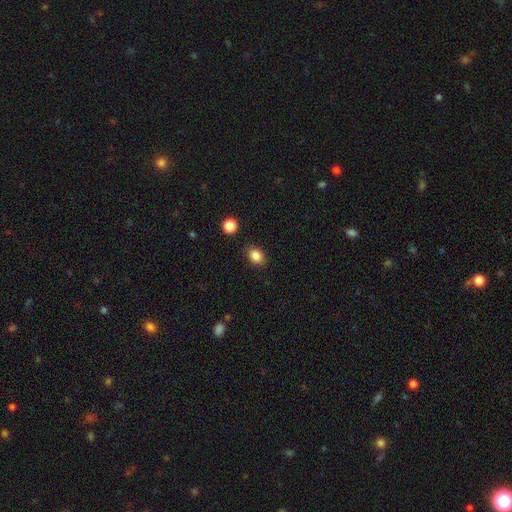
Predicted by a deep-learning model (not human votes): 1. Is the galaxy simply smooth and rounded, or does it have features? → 85% smooth, 10% star or artifact, 5% featured or disk.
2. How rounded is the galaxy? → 57% in between, 42% round, 1% cigar-shaped.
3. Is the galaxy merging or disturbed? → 87% none, 9% minor disturbance, 2% major disturbance, 2% merger.